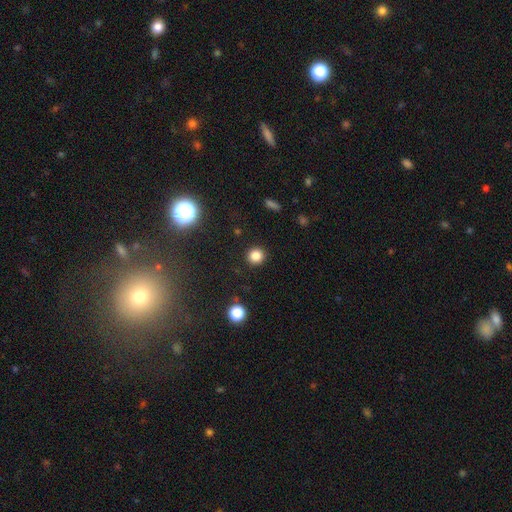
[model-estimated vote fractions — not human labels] Smooth or featured? Predicted: smooth (p=0.83). How rounded? Predicted: round (p=0.92). Merging? Predicted: none (p=0.91).